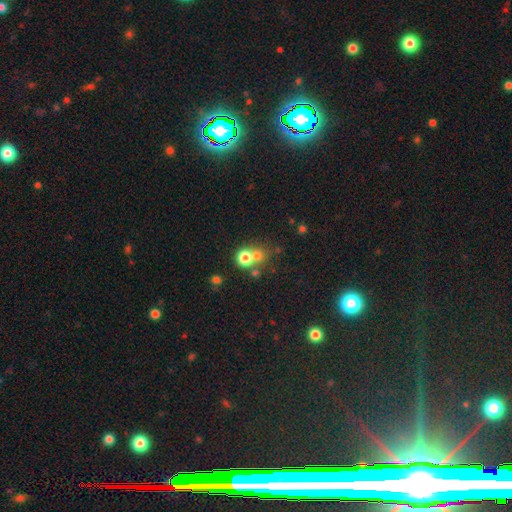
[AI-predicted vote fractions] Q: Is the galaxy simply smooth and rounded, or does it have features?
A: smooth — 68%.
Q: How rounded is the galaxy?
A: round — 85%.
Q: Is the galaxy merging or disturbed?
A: none — 50%.